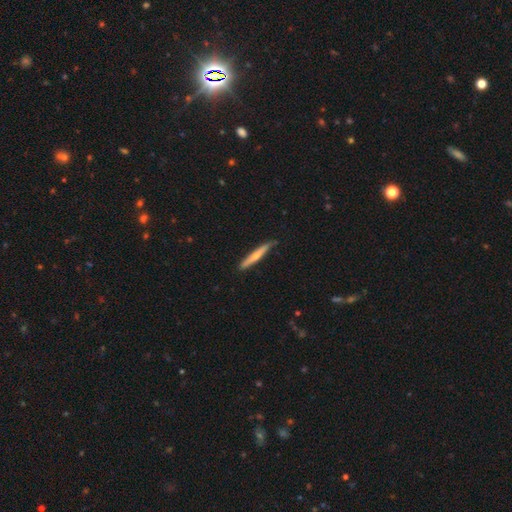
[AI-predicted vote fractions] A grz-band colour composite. It shows a smooth galaxy with no disk features (57%) that is cigar-shaped (95%). Merging: none (82%).